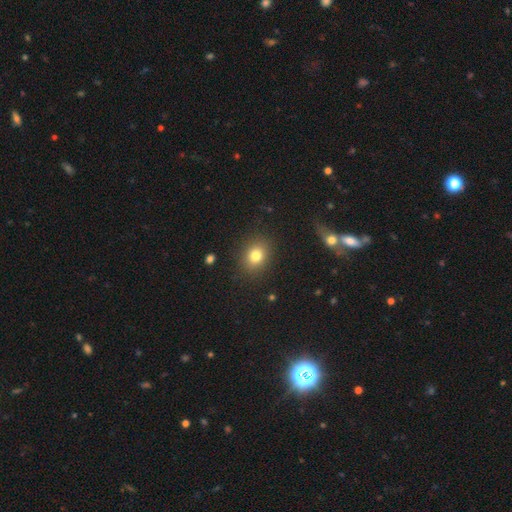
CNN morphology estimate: The model was most divided on "how rounded": round: 55%, in between: 44%, cigar-shaped: 1%. More confident: merging — none (87%); smooth or featured — smooth (79%).